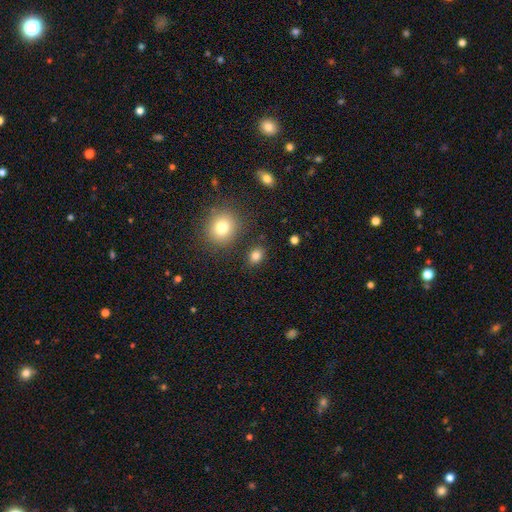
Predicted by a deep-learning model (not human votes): Smooth or featured: smooth — 82% (star or artifact — 12%)
How rounded: in between — 55% (round — 43%)
Merging: none — 84% (minor disturbance — 9%)